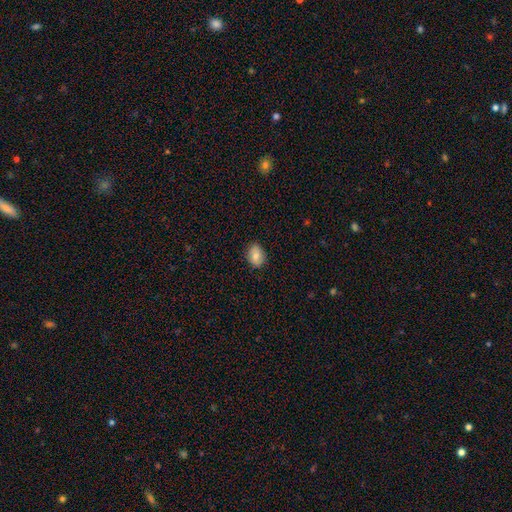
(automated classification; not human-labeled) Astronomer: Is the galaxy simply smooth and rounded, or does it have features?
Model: smooth — 81%.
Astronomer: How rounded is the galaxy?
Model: in between — 72%.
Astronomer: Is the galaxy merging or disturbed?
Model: none — 85%.